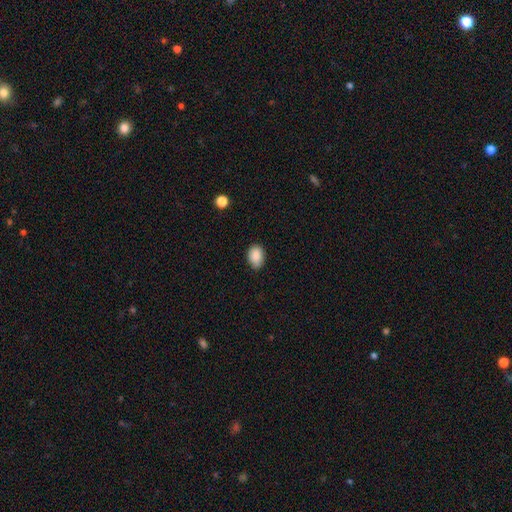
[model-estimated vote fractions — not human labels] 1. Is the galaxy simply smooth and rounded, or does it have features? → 89% smooth, 8% star or artifact, 4% featured or disk.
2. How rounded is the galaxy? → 80% in between, 19% round, 1% cigar-shaped.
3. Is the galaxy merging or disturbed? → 78% none, 18% minor disturbance, 3% major disturbance, 1% merger.